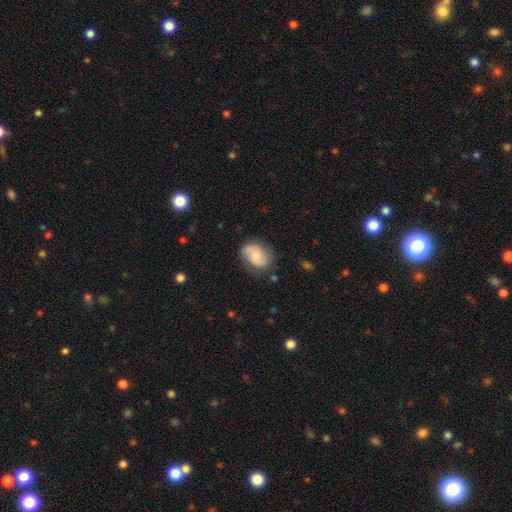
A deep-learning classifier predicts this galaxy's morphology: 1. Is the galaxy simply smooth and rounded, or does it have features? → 47% smooth, 45% featured or disk, 7% star or artifact.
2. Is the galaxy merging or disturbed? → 71% none, 21% minor disturbance, 6% major disturbance, 2% merger.